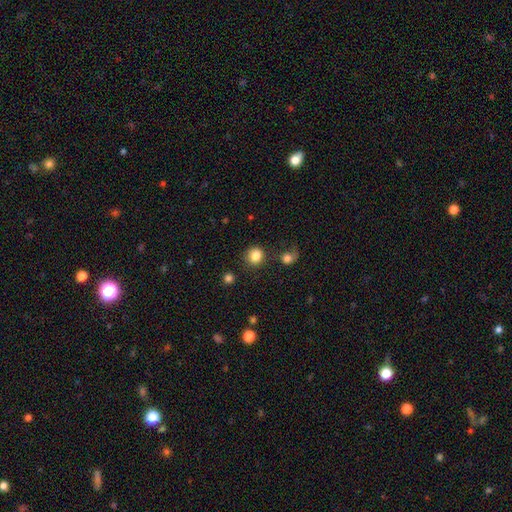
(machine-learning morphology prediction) The model was most divided on "how rounded": round: 82%, in between: 17%, cigar-shaped: 1%. More confident: smooth or featured — smooth (84%); merging — none (81%).